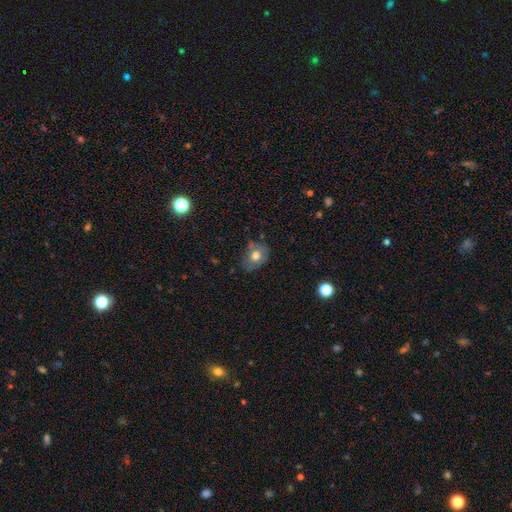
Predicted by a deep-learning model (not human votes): Overall: smooth (67%). How rounded: in between (60%; round 39%). Merging: none (60%; minor disturbance 29%).